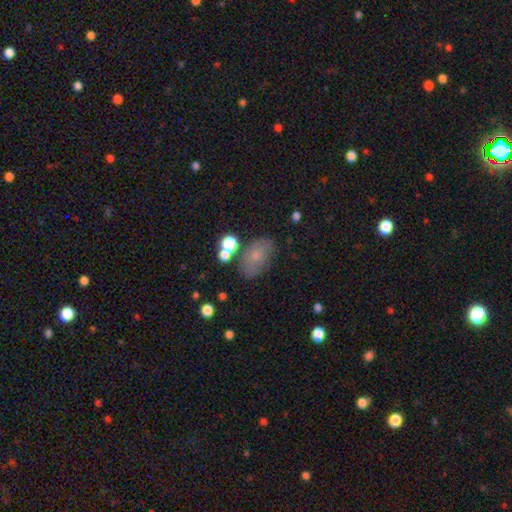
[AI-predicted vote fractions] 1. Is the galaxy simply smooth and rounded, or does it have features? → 68% smooth, 20% featured or disk, 12% star or artifact.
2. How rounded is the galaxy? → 85% in between, 13% round, 2% cigar-shaped.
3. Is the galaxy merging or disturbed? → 64% none, 19% minor disturbance, 10% merger, 7% major disturbance.